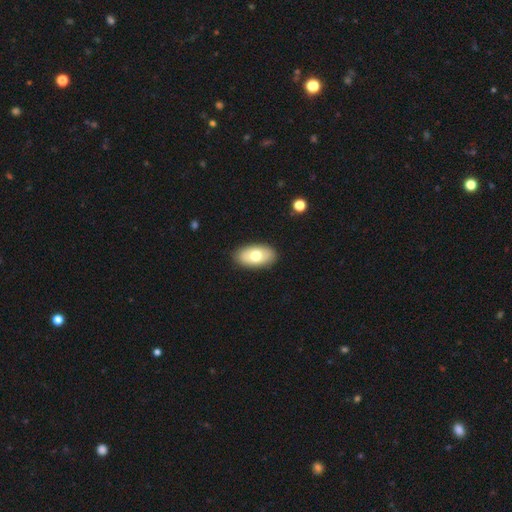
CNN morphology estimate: smooth_or_featured: smooth (p=0.69) [alt: featured or disk p=0.24]
how_rounded: in between (p=0.94) [alt: round p=0.04]
merging: none (p=0.88) [alt: minor disturbance p=0.09]